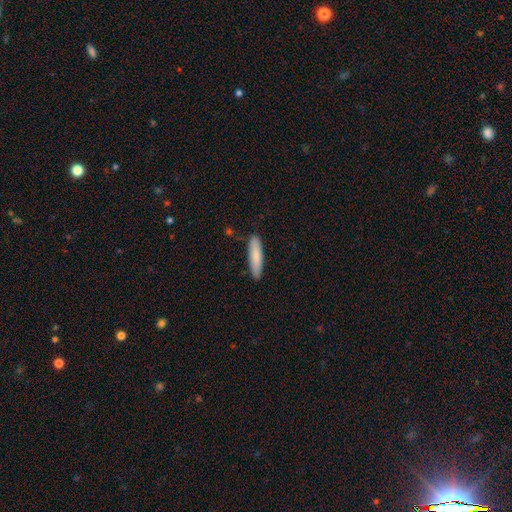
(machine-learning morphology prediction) Overall: smooth (82%). How rounded: cigar-shaped (81%). Merging: none (87%).